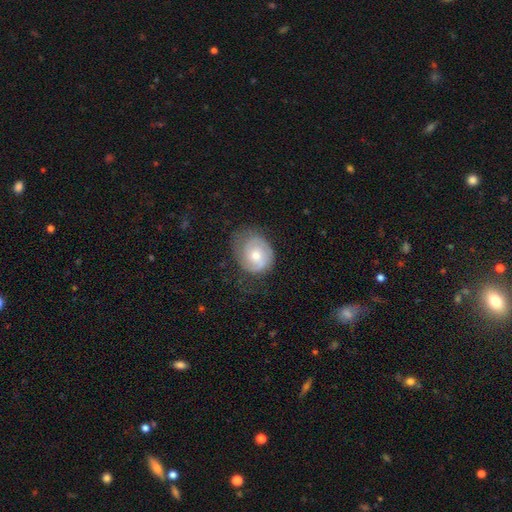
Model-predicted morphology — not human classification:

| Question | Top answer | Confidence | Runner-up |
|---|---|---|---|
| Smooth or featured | featured or disk | 64% | smooth (30%) |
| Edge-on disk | no | 97% | yes (3%) |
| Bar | no | 70% | weak (26%) |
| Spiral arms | yes | 87% | no (13%) |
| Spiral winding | tight | 51% | medium (35%) |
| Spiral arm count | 2 | 52% | can't tell (23%) |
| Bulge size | moderate | 58% | small (37%) |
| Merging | none | 56% | minor disturbance (27%) |